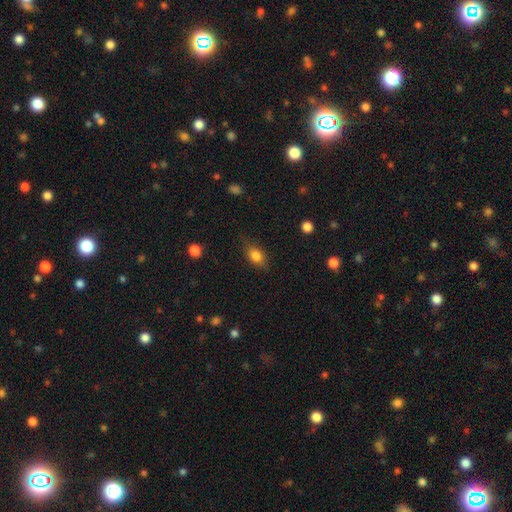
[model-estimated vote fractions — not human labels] The model was most divided on "merging": none: 75%, minor disturbance: 19%, major disturbance: 5%, merger: 1%. More confident: smooth or featured — smooth (79%); how rounded — in between (79%).